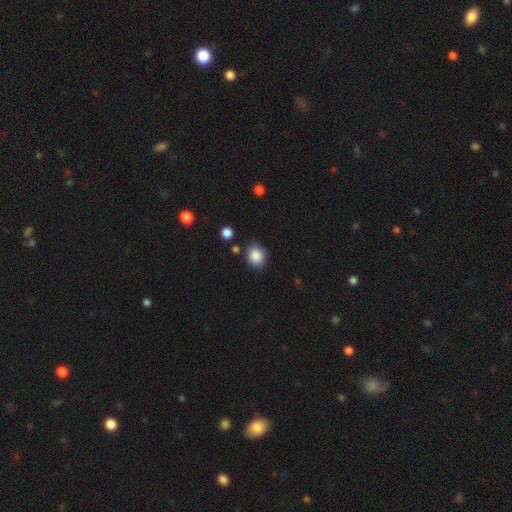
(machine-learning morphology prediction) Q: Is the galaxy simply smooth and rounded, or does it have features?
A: smooth — 87%.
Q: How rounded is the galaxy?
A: round — 65%.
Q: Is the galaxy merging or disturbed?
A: none — 80%.